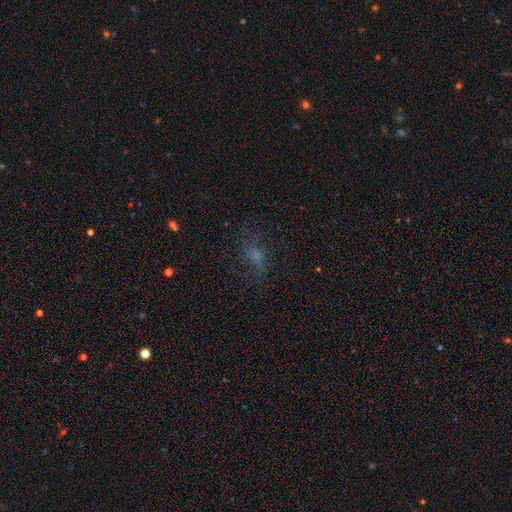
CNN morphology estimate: Smooth or featured: smooth — 46% (featured or disk — 28%)
Merging: none — 58% (major disturbance — 21%)